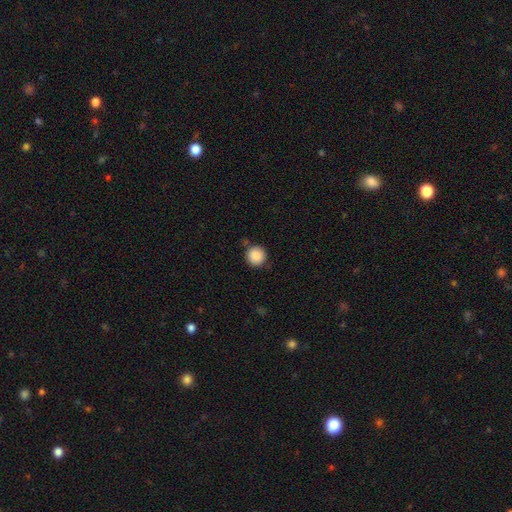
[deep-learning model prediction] The model was most divided on "merging": none: 83%, minor disturbance: 11%, merger: 4%, major disturbance: 3%. More confident: how rounded — round (94%); smooth or featured — smooth (88%).